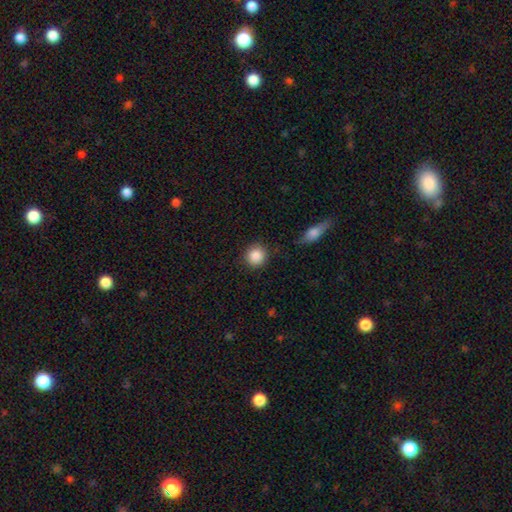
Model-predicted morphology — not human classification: Smooth or featured? Predicted: smooth (p=0.88). How rounded? Predicted: round (p=0.91). Merging? Predicted: none (p=0.87).